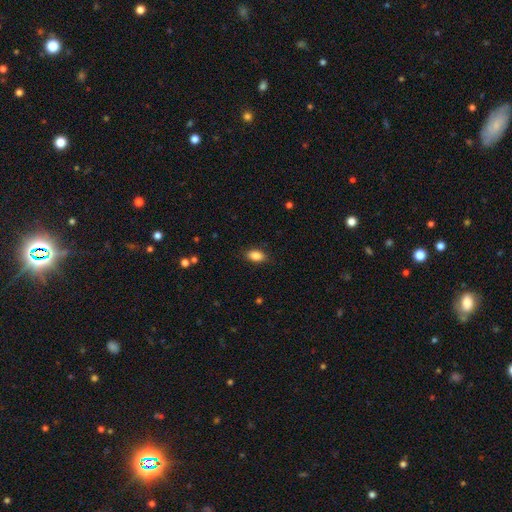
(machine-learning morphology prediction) This appears to be a smooth galaxy with no disk features (88%) that is in between round and cigar-shaped (90%). Merging: none (86%).